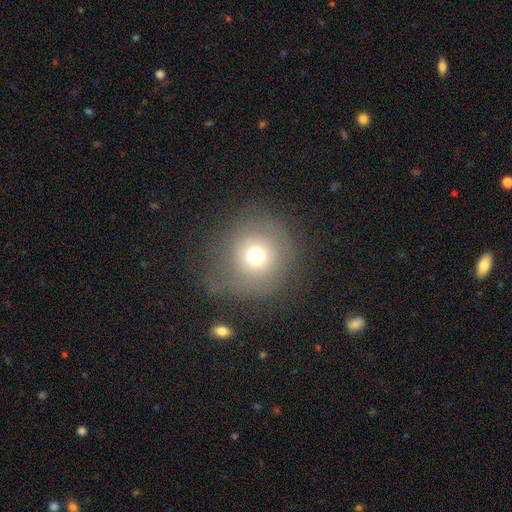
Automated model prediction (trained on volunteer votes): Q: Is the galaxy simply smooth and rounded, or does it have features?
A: smooth — 67%.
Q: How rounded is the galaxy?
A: round — 93%.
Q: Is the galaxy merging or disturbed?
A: none — 68%.